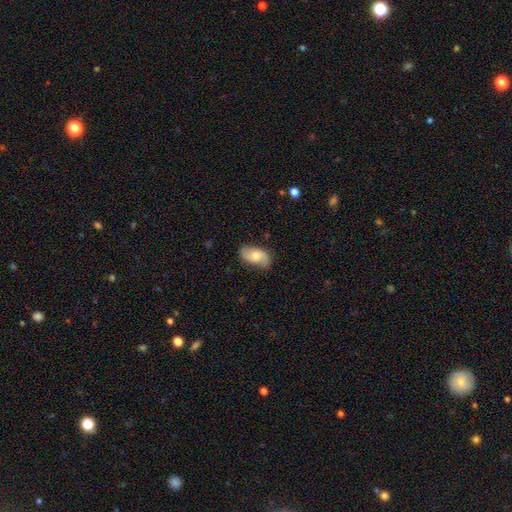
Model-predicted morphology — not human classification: Smooth or featured? Predicted: featured or disk (p=0.52). Edge-on disk? Predicted: no (p=0.94). Merging? Predicted: none (p=0.78).